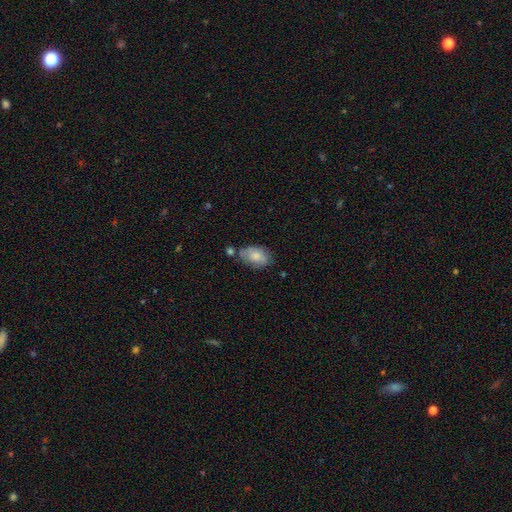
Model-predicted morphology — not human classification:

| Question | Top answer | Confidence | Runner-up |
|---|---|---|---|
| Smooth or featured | smooth | 77% | featured or disk (17%) |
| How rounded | in between | 89% | round (9%) |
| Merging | none | 58% | minor disturbance (26%) |